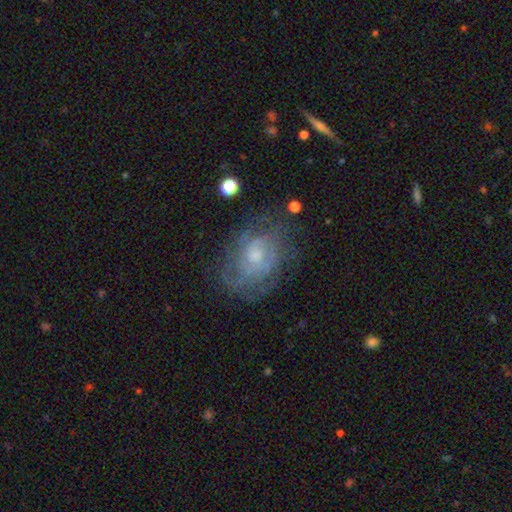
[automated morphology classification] Smooth or featured: featured or disk — 71% (smooth — 19%)
Edge-on disk: no — 97% (yes — 3%)
Bar: no — 72% (weak — 25%)
Spiral arms: yes — 81% (no — 19%)
Spiral winding: tight — 55% (medium — 32%)
Spiral arm count: can't tell — 53% (2 — 17%)
Bulge size: small — 46% (moderate — 42%)
Merging: none — 67% (minor disturbance — 20%)